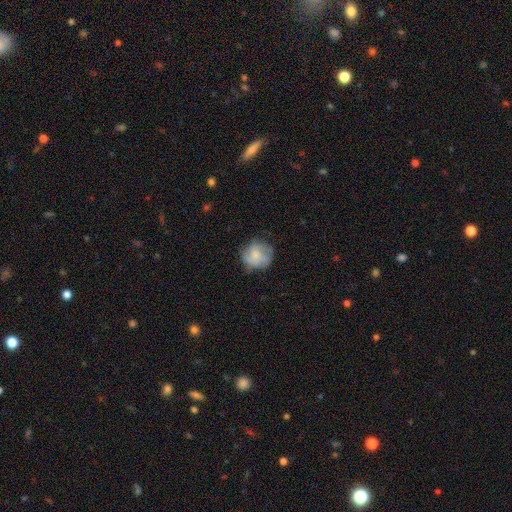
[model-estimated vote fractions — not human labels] Smooth or featured? smooth (51%)
How rounded? round (85%)
Merging? none (70%)